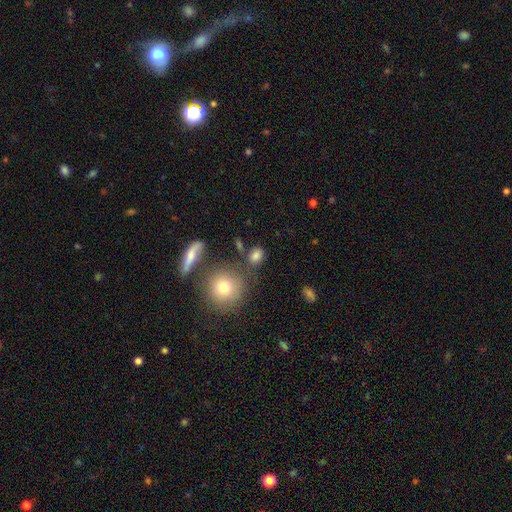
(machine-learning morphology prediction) smooth 79%, star or artifact 13%, featured or disk 9%. Down the decision tree: how rounded — in between (53%); merging — none (70%).